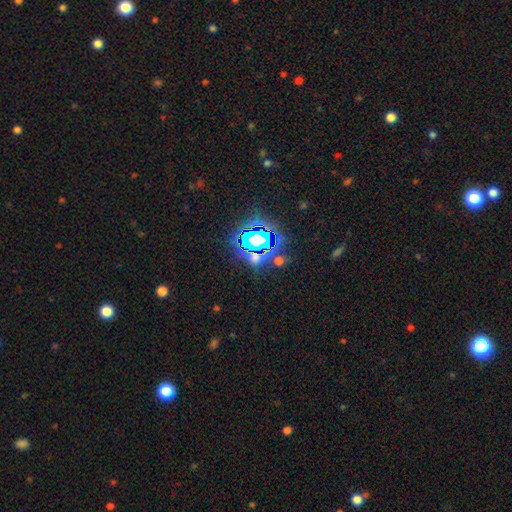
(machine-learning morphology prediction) The model was most divided on "smooth or featured": star or artifact: 68%, smooth: 21%, featured or disk: 11%.